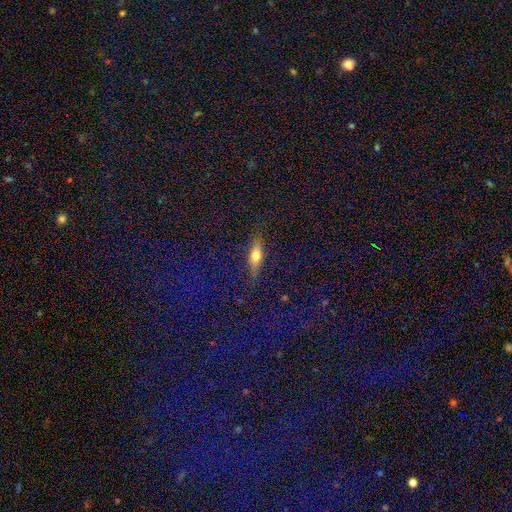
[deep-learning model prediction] Smooth or featured?
  - smooth: 59% *
  - featured or disk: 32%
  - star or artifact: 9%
How rounded?
  - cigar-shaped: 50% *
  - in between: 46%
  - round: 4%
Merging?
  - none: 83% *
  - minor disturbance: 12%
  - major disturbance: 3%
  - merger: 1%